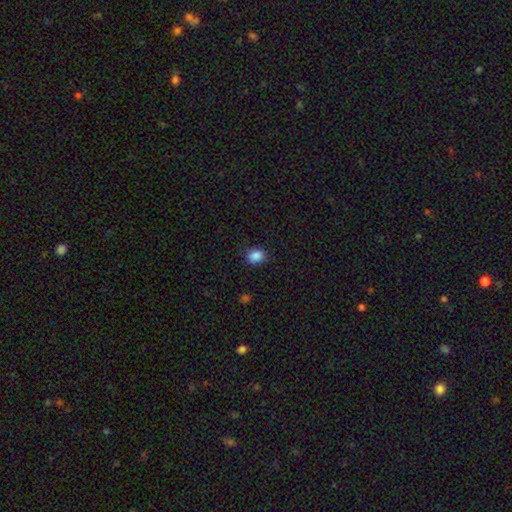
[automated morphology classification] This appears to be a smooth galaxy with no disk features (87%) that is round (50%). Merging: none (83%).